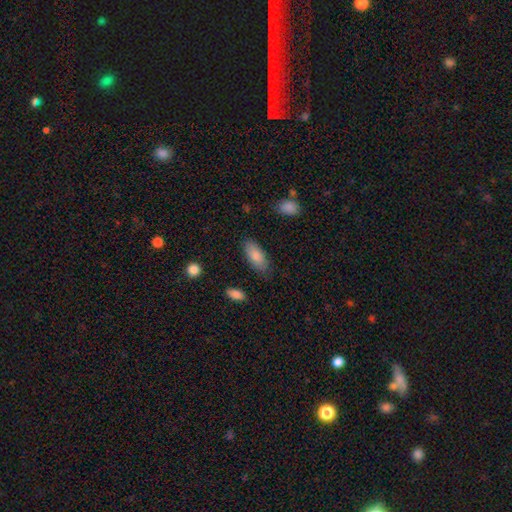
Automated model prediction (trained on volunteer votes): Q: Smooth or featured?
A: smooth (85%); runner-up: featured or disk (9%)
Q: How rounded?
A: in between (87%); runner-up: cigar-shaped (11%)
Q: Merging?
A: none (82%); runner-up: minor disturbance (13%)